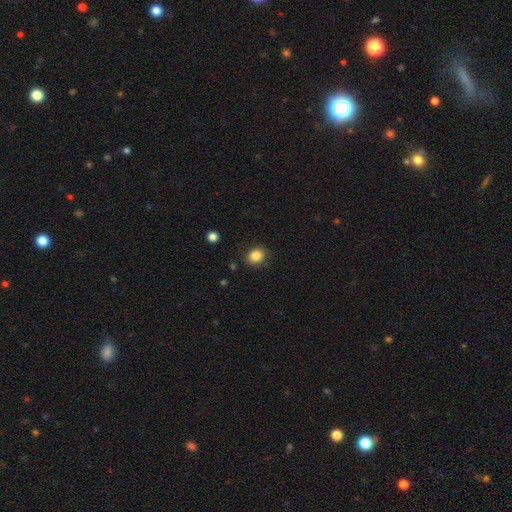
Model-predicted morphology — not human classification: The model was most divided on "how rounded": round: 53%, in between: 46%, cigar-shaped: 1%. More confident: smooth or featured — smooth (85%); merging — none (83%).